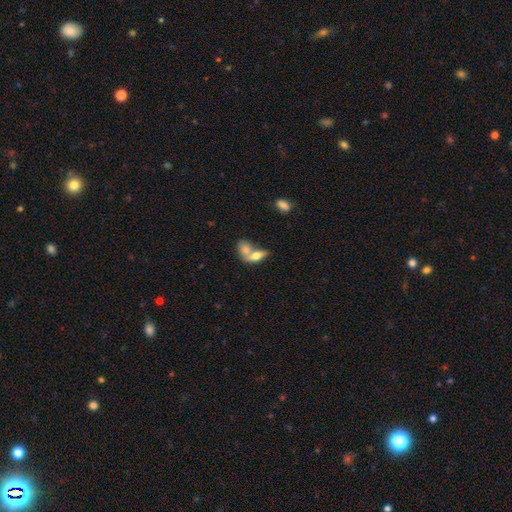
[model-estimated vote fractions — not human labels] Smooth or featured? smooth (67%)
How rounded? in between (77%)
Merging? merger (64%)